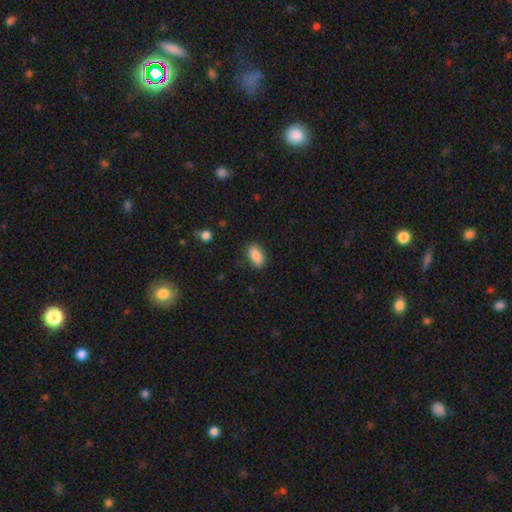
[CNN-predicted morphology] Smooth or featured? Predicted: smooth (p=0.86). How rounded? Predicted: in between (p=0.90). Merging? Predicted: none (p=0.85).